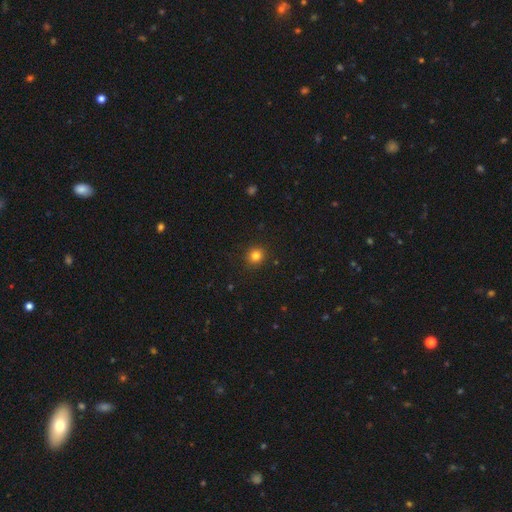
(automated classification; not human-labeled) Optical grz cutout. It shows a smooth galaxy with no disk features (82%) that is round (91%). Merging: none (91%).